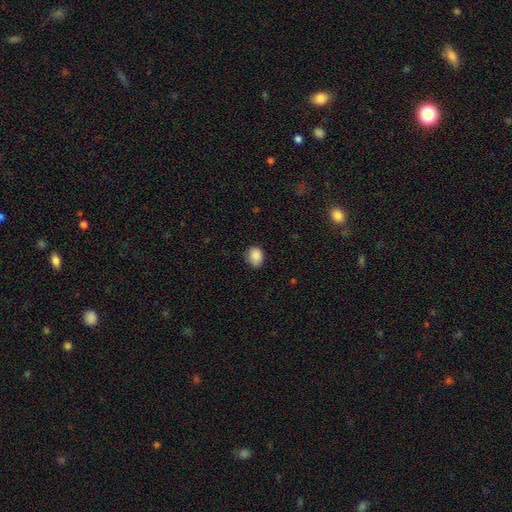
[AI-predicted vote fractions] A smooth galaxy with no disk features (88%) that is round (54%).

Vote fractions:
- Smooth or featured? smooth: 88% / star or artifact: 8% / featured or disk: 3%
- How rounded? round: 54% / in between: 45% / cigar-shaped: 1%
- Merging? none: 79% / minor disturbance: 17% / major disturbance: 3% / merger: 1%